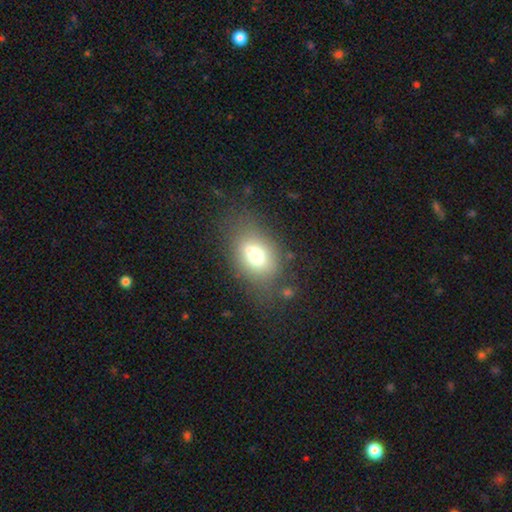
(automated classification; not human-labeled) A smooth galaxy with no disk features (67%) that is in between round and cigar-shaped (69%).

Vote fractions:
- Smooth or featured? smooth: 67% / featured or disk: 20% / star or artifact: 13%
- How rounded? in between: 69% / round: 29% / cigar-shaped: 2%
- Merging? none: 61% / minor disturbance: 19% / major disturbance: 12% / merger: 7%